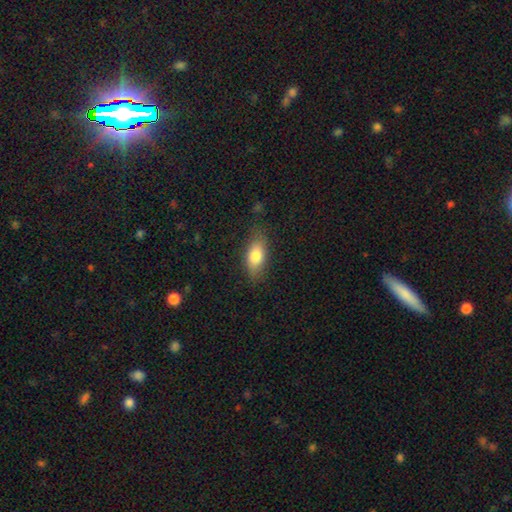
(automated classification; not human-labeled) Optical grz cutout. It shows a smooth galaxy with no disk features (78%) that is in between round and cigar-shaped (83%). Merging: none (78%).